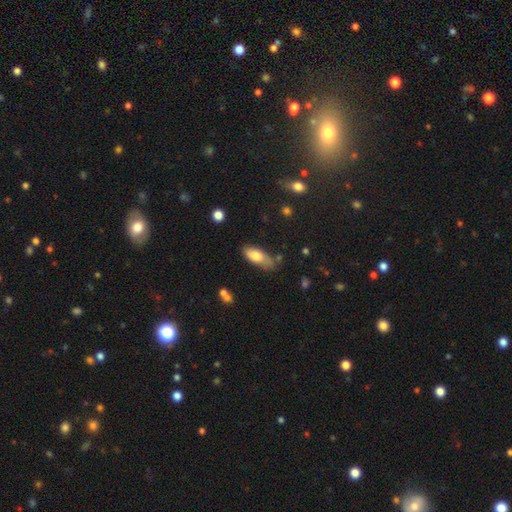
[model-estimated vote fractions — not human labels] Smooth or featured?
  - smooth: 76% *
  - featured or disk: 17%
  - star or artifact: 7%
How rounded?
  - in between: 81% *
  - cigar-shaped: 16%
  - round: 2%
Merging?
  - none: 54% *
  - minor disturbance: 30%
  - major disturbance: 9%
  - merger: 7%